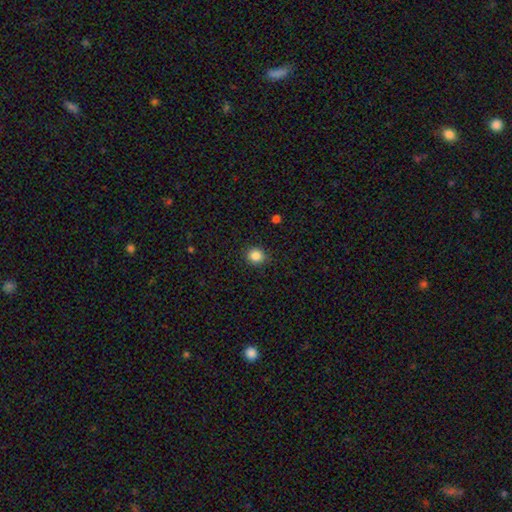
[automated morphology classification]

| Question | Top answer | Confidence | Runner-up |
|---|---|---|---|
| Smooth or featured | smooth | 86% | star or artifact (11%) |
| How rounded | round | 83% | in between (16%) |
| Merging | none | 89% | minor disturbance (7%) |